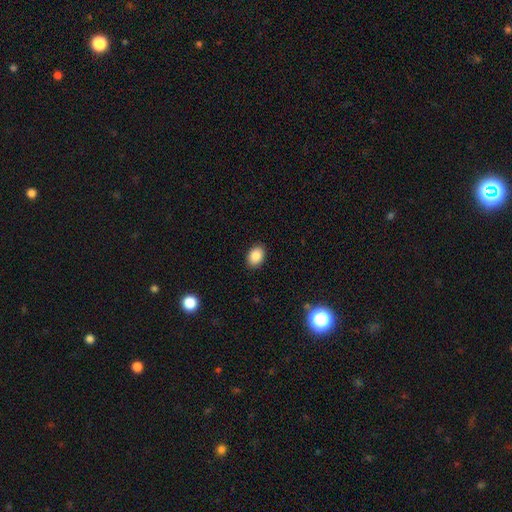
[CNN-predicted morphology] smooth_or_featured: smooth (p=0.87) [alt: star or artifact p=0.09]
how_rounded: in between (p=0.76) [alt: round p=0.23]
merging: none (p=0.90) [alt: minor disturbance p=0.07]